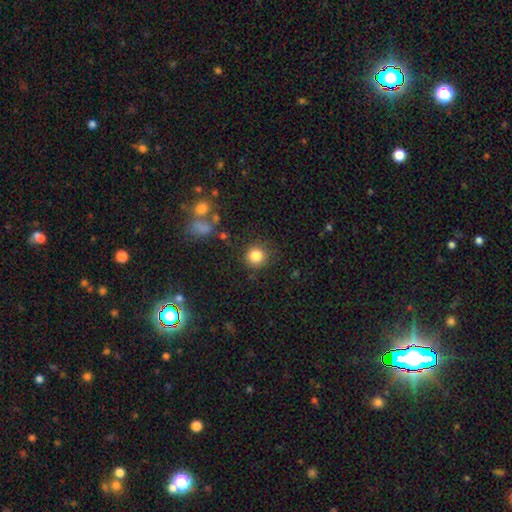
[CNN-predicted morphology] The model was most divided on "smooth or featured": smooth: 84%, star or artifact: 11%, featured or disk: 5%. More confident: how rounded — round (92%); merging — none (85%).